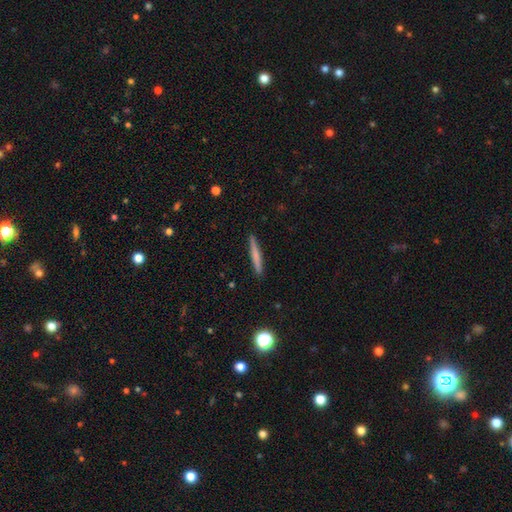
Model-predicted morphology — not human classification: Smooth or featured?
  - smooth: 63% *
  - featured or disk: 30%
  - star or artifact: 6%
How rounded?
  - cigar-shaped: 96% *
  - in between: 3%
  - round: 1%
Merging?
  - none: 91% *
  - minor disturbance: 7%
  - major disturbance: 1%
  - merger: 1%